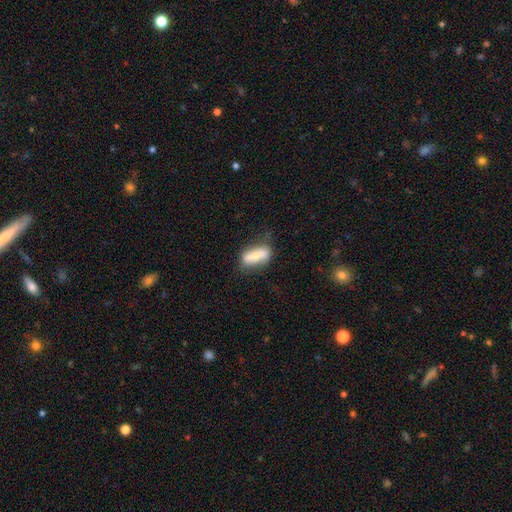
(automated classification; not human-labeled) smooth_or_featured: smooth (p=0.64) [alt: featured or disk p=0.28]
how_rounded: in between (p=0.67) [alt: cigar-shaped p=0.29]
merging: none (p=0.57) [alt: minor disturbance p=0.27]